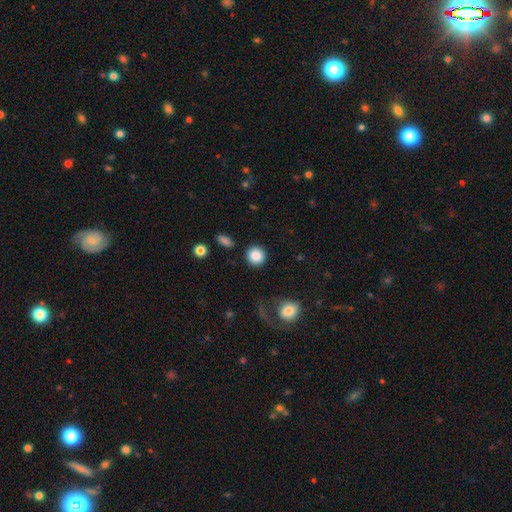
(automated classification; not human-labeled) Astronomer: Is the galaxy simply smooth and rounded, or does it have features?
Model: smooth — 87%.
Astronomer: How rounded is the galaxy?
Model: round — 92%.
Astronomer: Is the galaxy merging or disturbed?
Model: none — 89%.